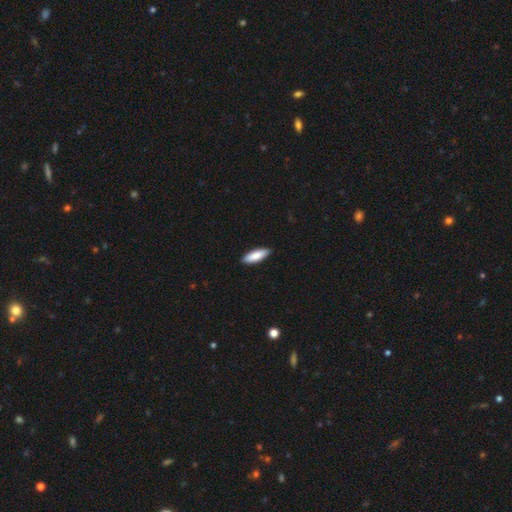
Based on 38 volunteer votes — Morphology: type=smooth (89%); roundness=in between (53%); merging=none (81%).